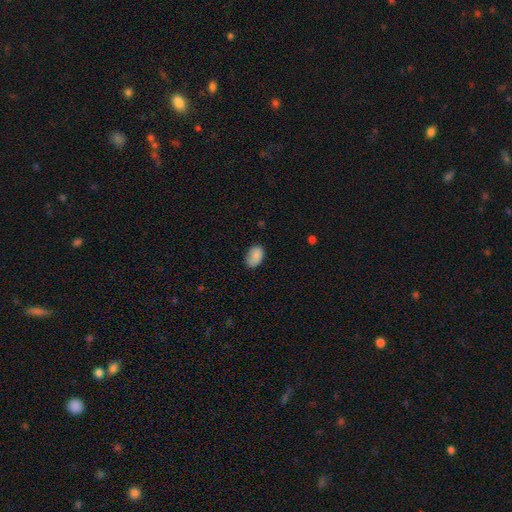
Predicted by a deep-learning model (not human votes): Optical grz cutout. It shows a smooth galaxy with no disk features (87%) that is in between round and cigar-shaped (88%). Merging: none (72%).